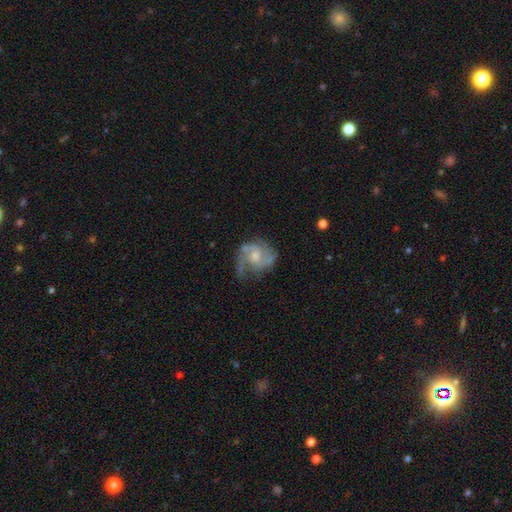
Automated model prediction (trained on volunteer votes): The model was most divided on "bulge size": moderate: 49%, small: 41%, none: 5%, large: 4%, dominant: 1%. Remaining: edge-on disk — no (98%); spiral arms — yes (92%); smooth or featured — featured or disk (79%); bar — no (66%); merging — none (56%); spiral winding — medium (50%); spiral arm count — 2 (50%).